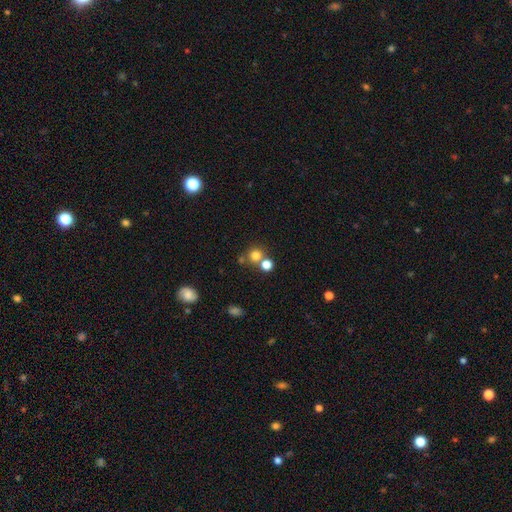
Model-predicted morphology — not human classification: A smooth galaxy with no disk features (76%) that is round (88%).

Vote fractions:
- Smooth or featured? smooth: 76% / star or artifact: 16% / featured or disk: 8%
- How rounded? round: 88% / in between: 11% / cigar-shaped: 1%
- Merging? none: 60% / merger: 29% / minor disturbance: 7% / major disturbance: 3%